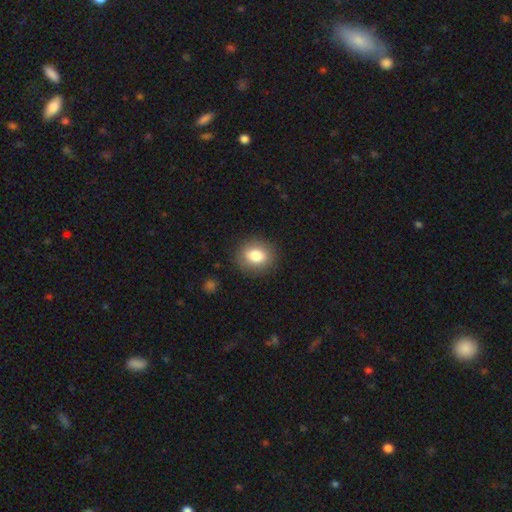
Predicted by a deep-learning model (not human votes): This appears to be a smooth galaxy with no disk features (81%) that is round (57%). Merging: none (87%).